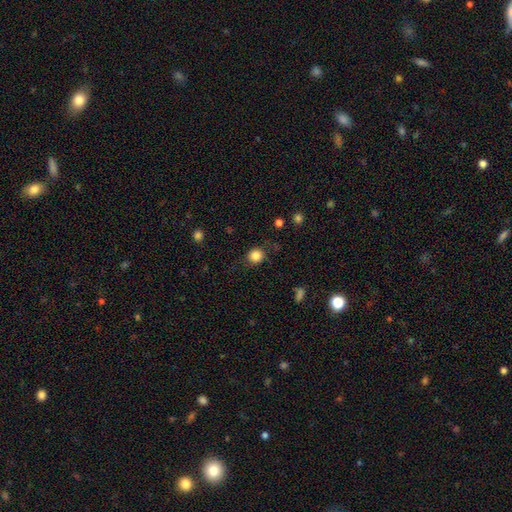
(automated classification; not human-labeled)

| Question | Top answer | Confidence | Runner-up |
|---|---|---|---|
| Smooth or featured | smooth | 84% | star or artifact (11%) |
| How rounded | round | 86% | in between (13%) |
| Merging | none | 83% | minor disturbance (12%) |